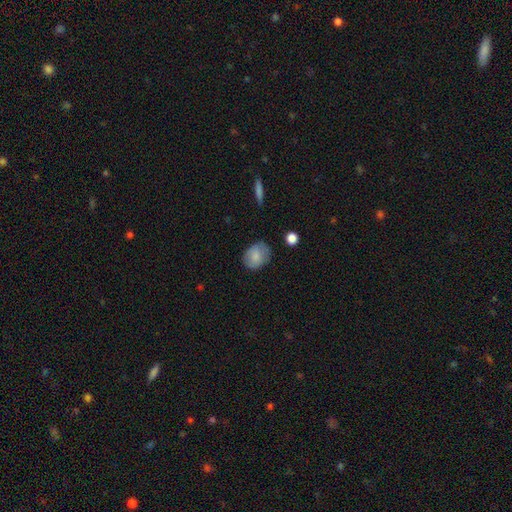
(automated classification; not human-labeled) Smooth or featured: smooth — 82% (featured or disk — 11%)
How rounded: in between — 53% (round — 46%)
Merging: none — 77% (minor disturbance — 17%)